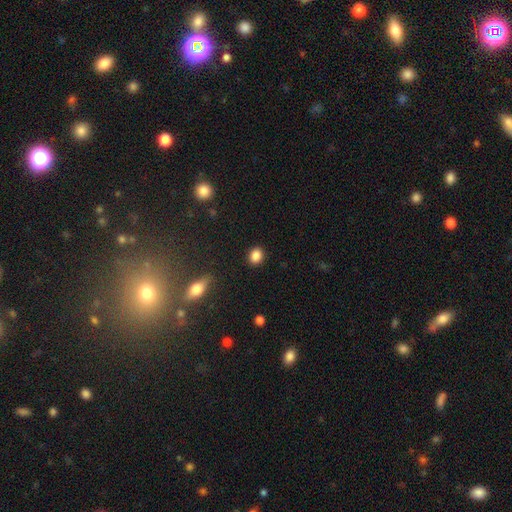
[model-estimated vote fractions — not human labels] The model was most divided on "how rounded": round: 51%, in between: 47%, cigar-shaped: 1%. More confident: merging — none (90%); smooth or featured — smooth (86%).